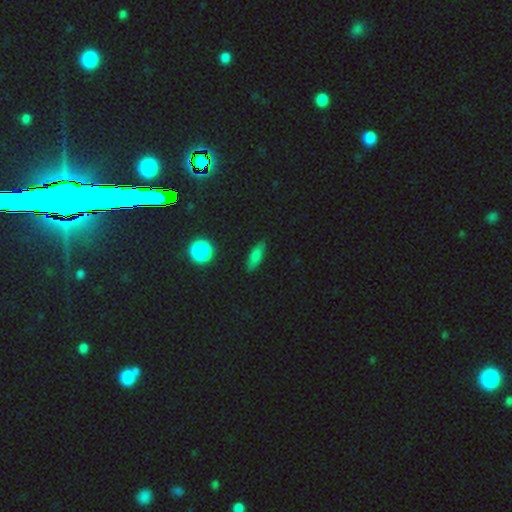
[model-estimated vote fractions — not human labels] smooth 74%, star or artifact 13%, featured or disk 12%. Down the decision tree: how rounded — in between (55%); merging — none (85%).